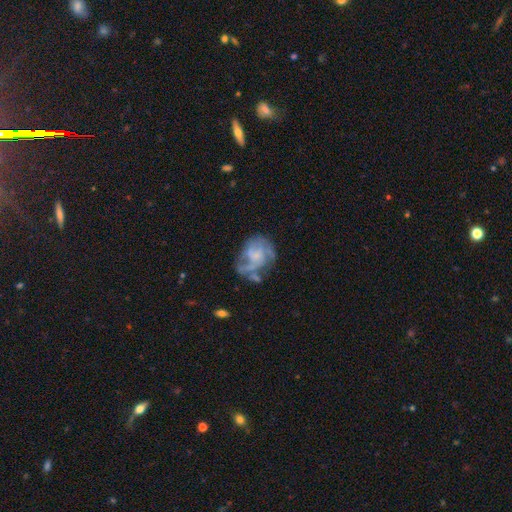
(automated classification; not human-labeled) A featured or disk galaxy (70%) with no bar (66%), 2 (34%) medium (44%) spiral arms (76%) and no central bulge (38%). Merging: none (42%).